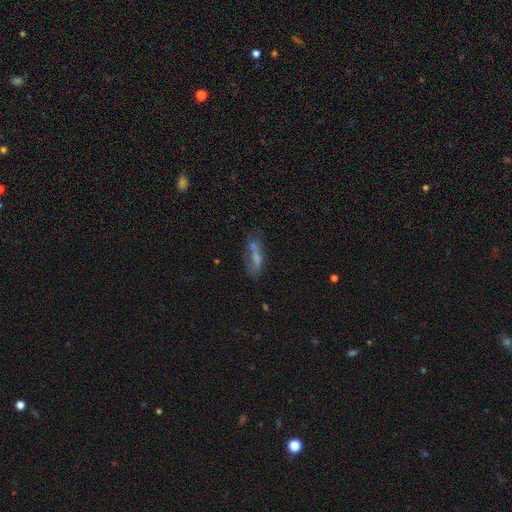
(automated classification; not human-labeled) smooth_or_featured: smooth (p=0.53) [alt: featured or disk p=0.33]
how_rounded: in between (p=0.50) [alt: cigar-shaped p=0.46]
merging: none (p=0.46) [alt: minor disturbance p=0.22]